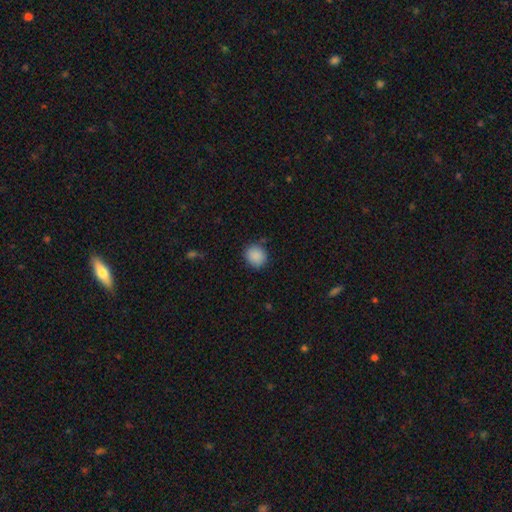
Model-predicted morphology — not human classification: Q: Smooth or featured?
A: smooth (89%); runner-up: star or artifact (8%)
Q: How rounded?
A: round (80%); runner-up: in between (19%)
Q: Merging?
A: none (83%); runner-up: minor disturbance (12%)